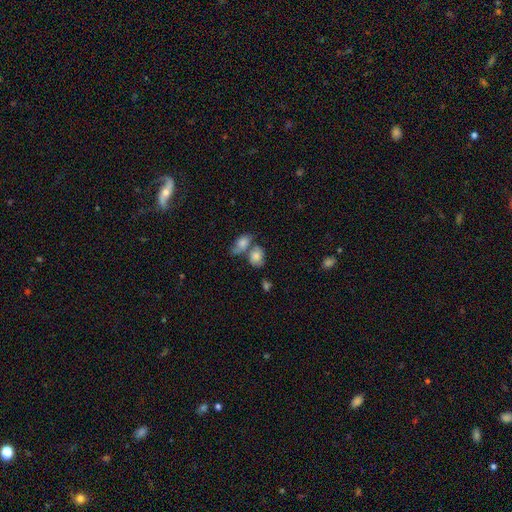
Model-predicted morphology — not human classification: smooth-or-featured: smooth: 72% | featured or disk: 18% | star or artifact: 10%
  how-rounded: in between: 63% | round: 35% | cigar-shaped: 2%
  merging: merger: 42% | none: 36% | minor disturbance: 15% | major disturbance: 7%